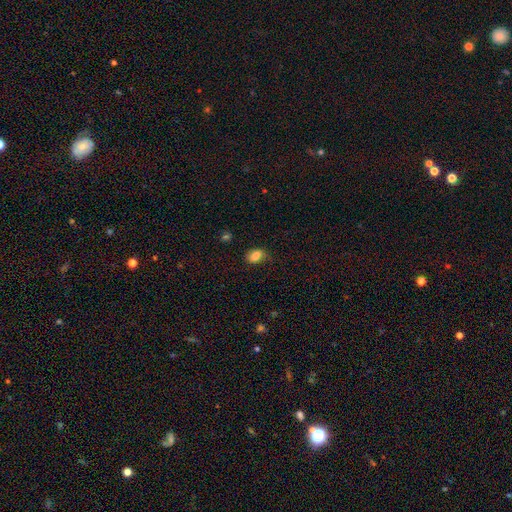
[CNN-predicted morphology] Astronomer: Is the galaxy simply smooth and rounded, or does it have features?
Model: smooth — 82%.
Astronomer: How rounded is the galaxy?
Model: in between — 81%.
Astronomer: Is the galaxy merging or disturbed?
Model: none — 66%.